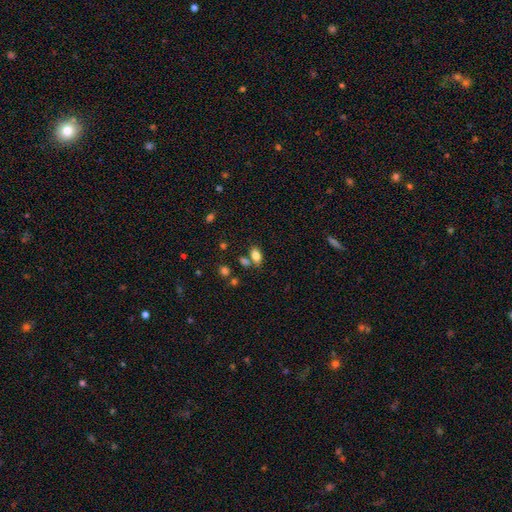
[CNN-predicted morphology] Overall: smooth (81%). How rounded: in between (86%). Merging: none (66%).